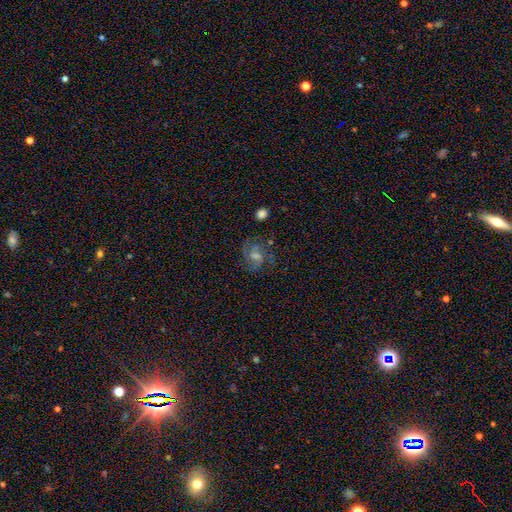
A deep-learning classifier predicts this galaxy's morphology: A featured or disk galaxy (66%) with no bar (47%), 2 (41%) medium (50%) spiral arms (93%) and a moderate central bulge (49%).

Vote fractions:
- Smooth or featured? featured or disk: 66% / star or artifact: 17% / smooth: 17%
- Edge-on disk? no: 98% / yes: 2%
- Bar? no: 47% / weak: 44% / strong: 9%
- Spiral arms? yes: 93% / no: 7%
- Spiral winding? medium: 50% / tight: 35% / loose: 15%
- Spiral arm count? 2: 41% / 3: 23% / can't tell: 20% / 4: 6% / 1: 5% / more than 4: 5%
- Bulge size? moderate: 49% / small: 36% / large: 7% / none: 6% / dominant: 2%
- Merging? none: 76% / minor disturbance: 14% / major disturbance: 8% / merger: 2%